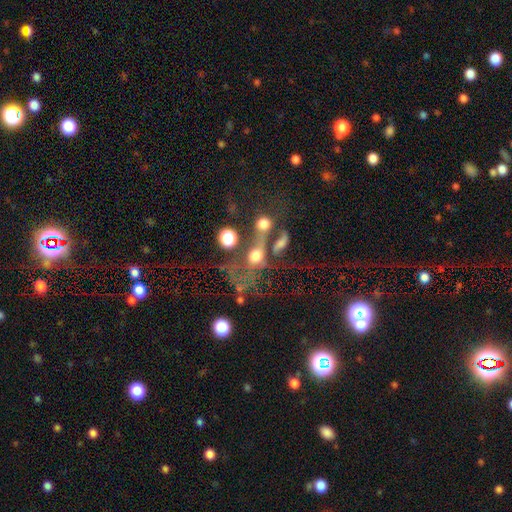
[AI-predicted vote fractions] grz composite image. It shows a smooth galaxy with no disk features (46%). Merging: merger (46%).